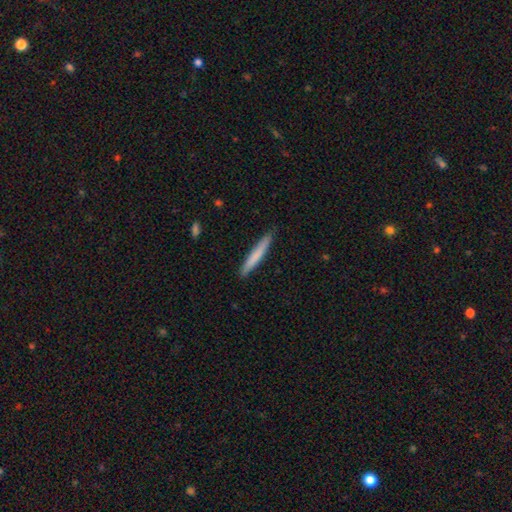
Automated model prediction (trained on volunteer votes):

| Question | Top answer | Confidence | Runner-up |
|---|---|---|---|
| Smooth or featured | smooth | 74% | featured or disk (21%) |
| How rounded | cigar-shaped | 96% | in between (3%) |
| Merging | none | 90% | minor disturbance (8%) |